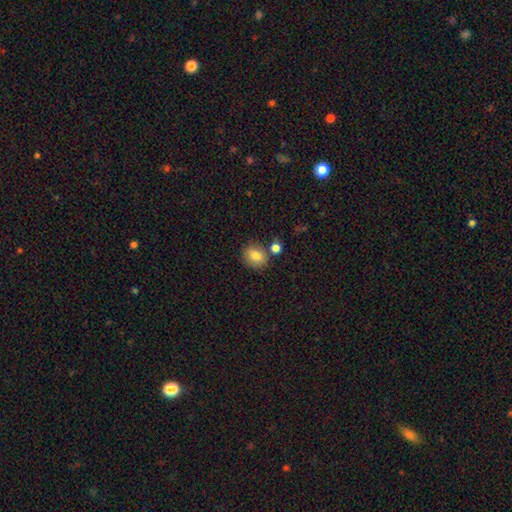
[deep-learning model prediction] Morphology: type=smooth (82%); roundness=round (64%); merging=none (74%).